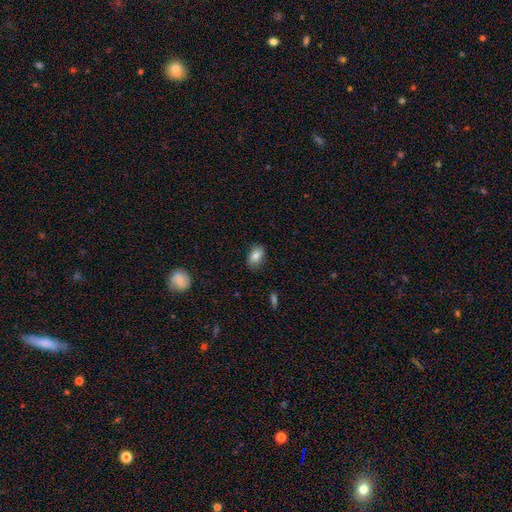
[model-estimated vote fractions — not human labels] Smooth or featured: smooth — 83% (featured or disk — 9%)
How rounded: in between — 87% (round — 12%)
Merging: none — 80% (minor disturbance — 16%)